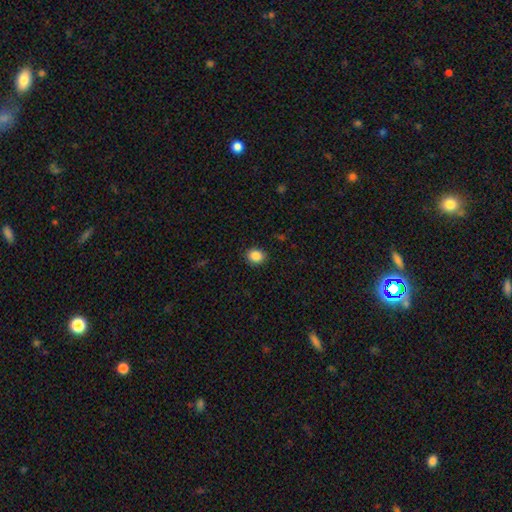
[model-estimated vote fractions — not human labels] Smooth or featured? Predicted: smooth (p=0.87). How rounded? Predicted: round (p=0.64). Merging? Predicted: none (p=0.90).